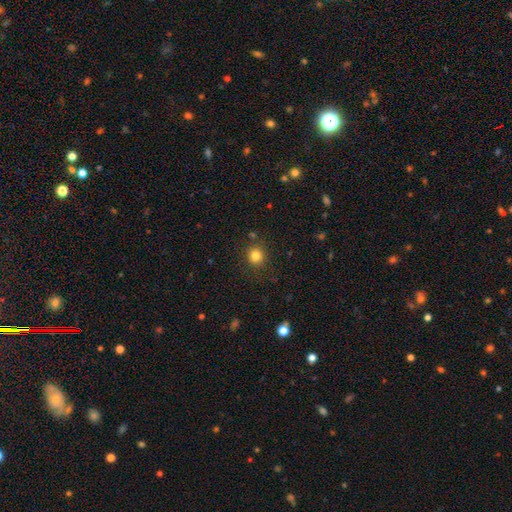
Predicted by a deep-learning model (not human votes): A smooth galaxy with no disk features (81%) that is round (88%). Merging: none (85%).